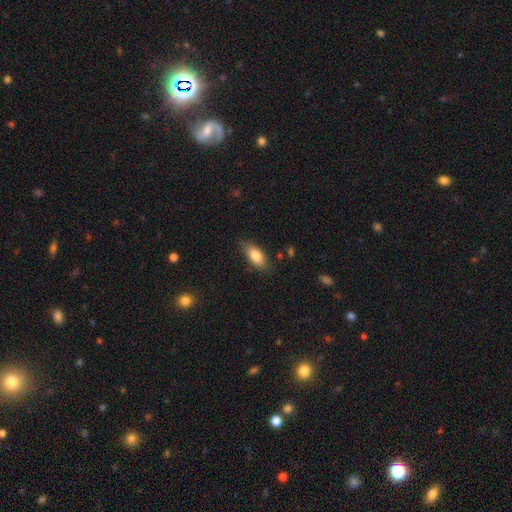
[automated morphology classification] Q: Smooth or featured?
A: smooth (79%); runner-up: featured or disk (14%)
Q: How rounded?
A: in between (83%); runner-up: cigar-shaped (13%)
Q: Merging?
A: none (75%); runner-up: minor disturbance (20%)